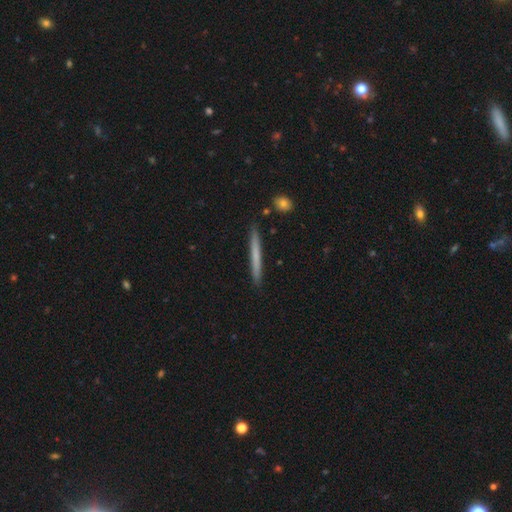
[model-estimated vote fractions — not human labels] The model was most divided on "smooth or featured": smooth: 61%, featured or disk: 34%, star or artifact: 5%. More confident: how rounded — cigar-shaped (97%); merging — none (90%).